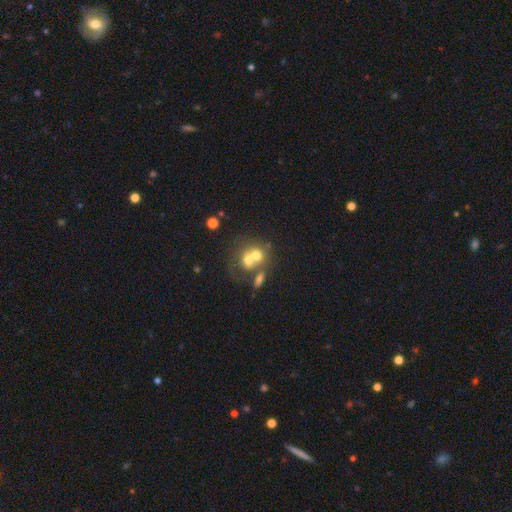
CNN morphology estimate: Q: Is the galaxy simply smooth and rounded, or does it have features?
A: smooth — 59%.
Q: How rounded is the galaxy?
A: round — 65%.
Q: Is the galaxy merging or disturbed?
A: merger — 64%.